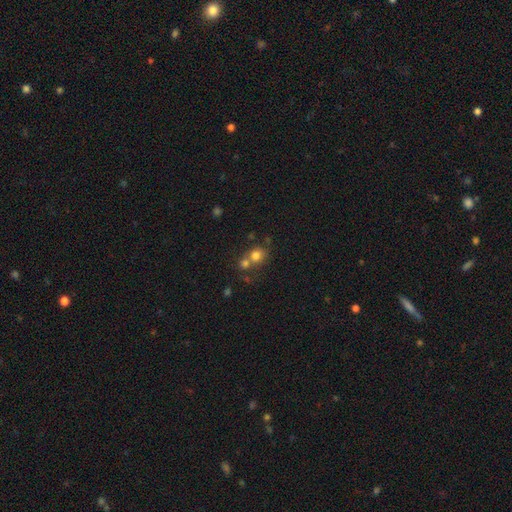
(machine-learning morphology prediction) This is likely a smooth galaxy (76%). How rounded: likely round (78%). Merging: marginally merger (45%).